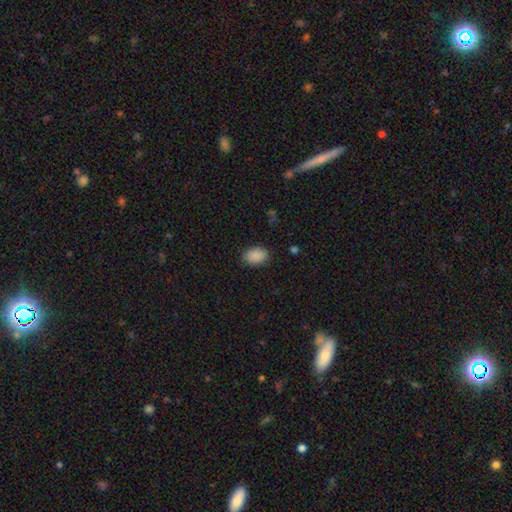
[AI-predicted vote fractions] smooth 89%, star or artifact 8%, featured or disk 3%. Down the decision tree: how rounded — in between (79%); merging — none (87%).